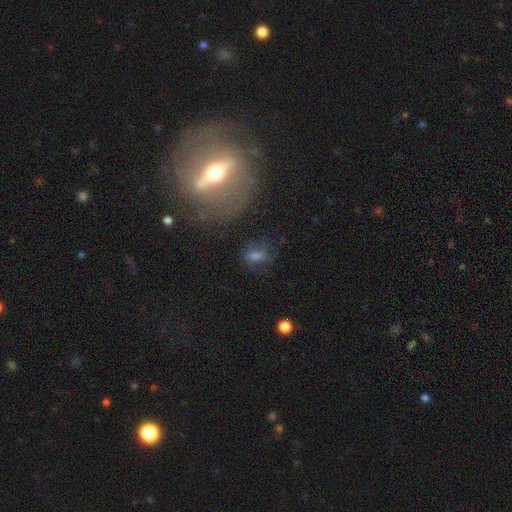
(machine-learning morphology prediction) Overall: smooth (45%; featured or disk 32%). Merging: none (59%; minor disturbance 19%).